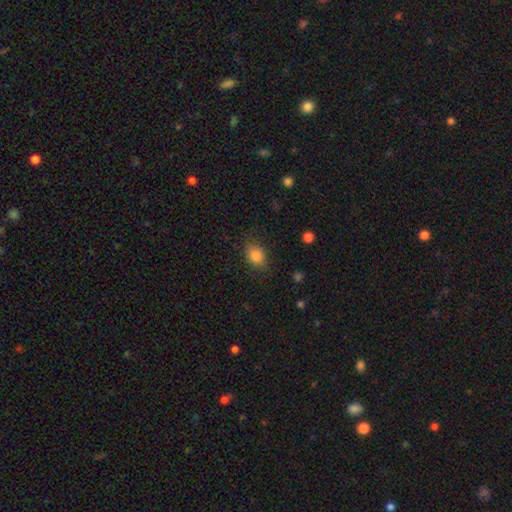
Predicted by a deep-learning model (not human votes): smooth_or_featured: smooth (p=0.84) [alt: star or artifact p=0.09]
how_rounded: in between (p=0.66) [alt: round p=0.33]
merging: none (p=0.78) [alt: minor disturbance p=0.16]